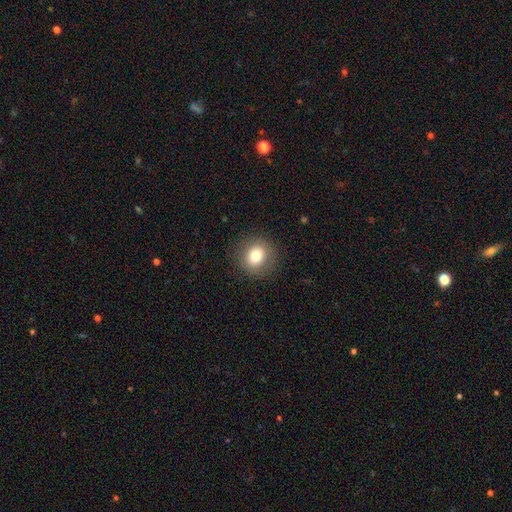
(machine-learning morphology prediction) type=smooth (78%); roundness=round (83%); merging=none (88%).